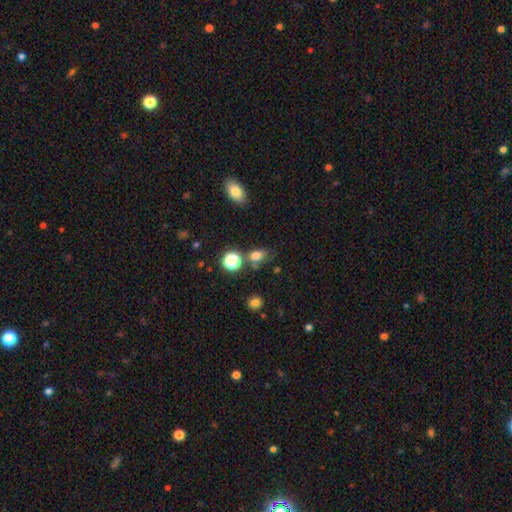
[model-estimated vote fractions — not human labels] smooth 72%, star or artifact 19%, featured or disk 10%. Down the decision tree: how rounded — in between (68%); merging — none (61%).